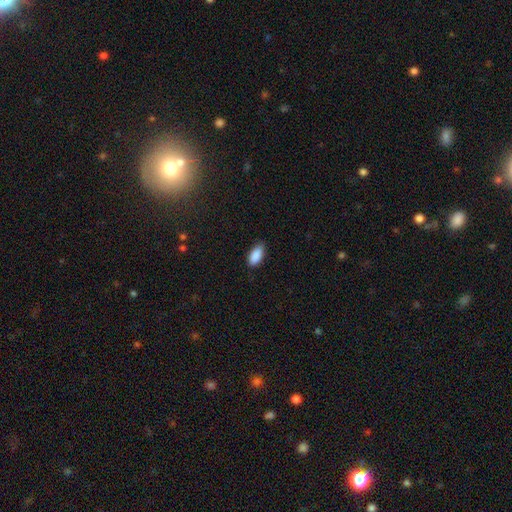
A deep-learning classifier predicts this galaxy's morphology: This appears to be a smooth galaxy with no disk features (89%) that is in between round and cigar-shaped (89%). Merging: none (77%).